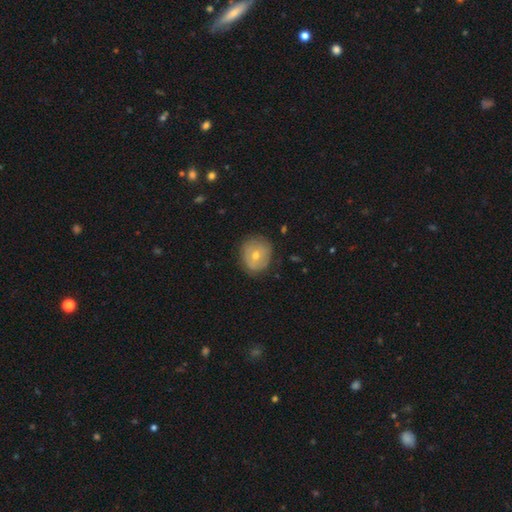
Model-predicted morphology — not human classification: This appears to be a smooth galaxy with no disk features (55%) that is round (77%). Merging: none (75%).